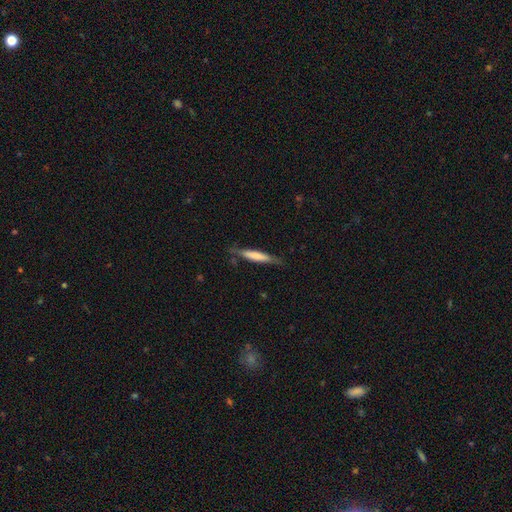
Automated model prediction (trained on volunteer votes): A smooth galaxy with no disk features (62%) that is cigar-shaped (91%).

Vote fractions:
- Smooth or featured? smooth: 62% / featured or disk: 32% / star or artifact: 5%
- How rounded? cigar-shaped: 91% / in between: 8% / round: 1%
- Merging? none: 77% / minor disturbance: 17% / major disturbance: 4% / merger: 2%